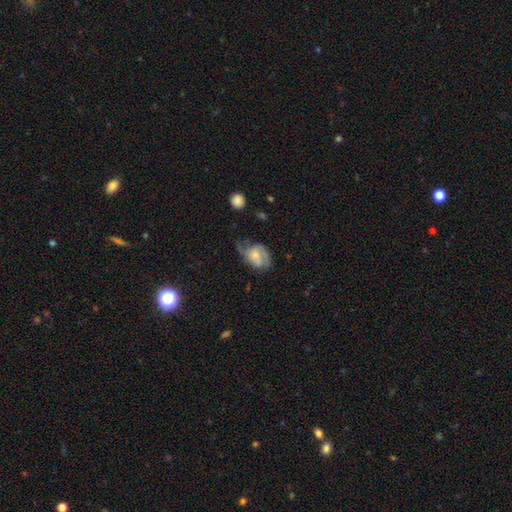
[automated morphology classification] A featured or disk galaxy (54%) with no bar (67%), spiral arms (78%) and a moderate central bulge (45%).

Vote fractions:
- Smooth or featured? featured or disk: 54% / smooth: 39% / star or artifact: 8%
- Edge-on disk? no: 96% / yes: 4%
- Bar? no: 67% / weak: 27% / strong: 6%
- Spiral arms? yes: 78% / no: 22%
- Bulge size? moderate: 45% / small: 44% / none: 5% / large: 5% / dominant: 1%
- Merging? none: 37% / minor disturbance: 33% / major disturbance: 27% / merger: 3%